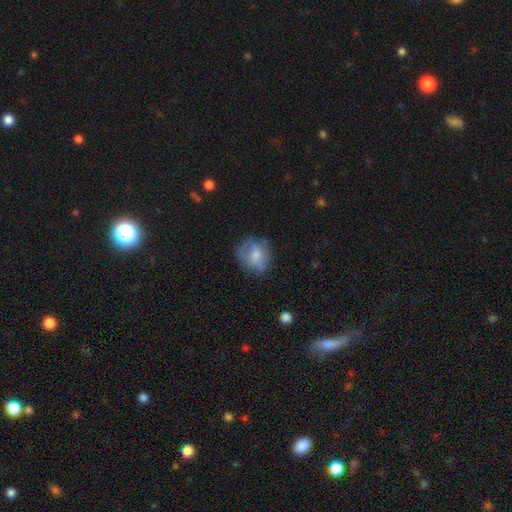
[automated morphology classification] Smooth or featured?
  - smooth: 64% *
  - featured or disk: 27%
  - star or artifact: 8%
How rounded?
  - round: 68% *
  - in between: 31%
  - cigar-shaped: 1%
Merging?
  - none: 62% *
  - minor disturbance: 25%
  - major disturbance: 11%
  - merger: 2%